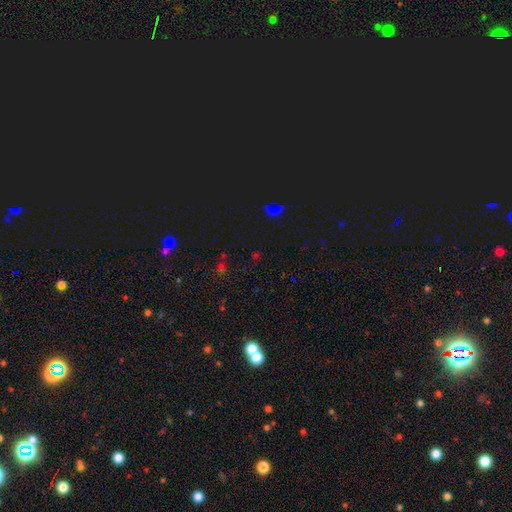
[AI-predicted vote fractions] This is possibly a star or artifact rather than a galaxy (59%).